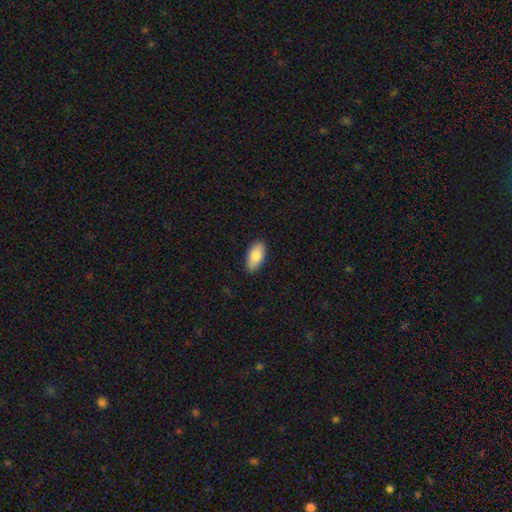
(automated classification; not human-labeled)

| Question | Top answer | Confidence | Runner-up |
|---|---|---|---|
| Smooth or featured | smooth | 86% | featured or disk (8%) |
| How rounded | in between | 93% | cigar-shaped (5%) |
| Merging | none | 88% | minor disturbance (9%) |